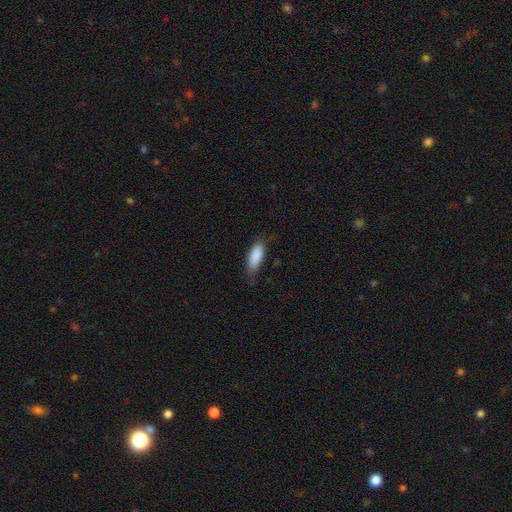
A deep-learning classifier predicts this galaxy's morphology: Smooth or featured: smooth — 88% (star or artifact — 6%)
How rounded: in between — 75% (cigar-shaped — 23%)
Merging: none — 75% (minor disturbance — 20%)